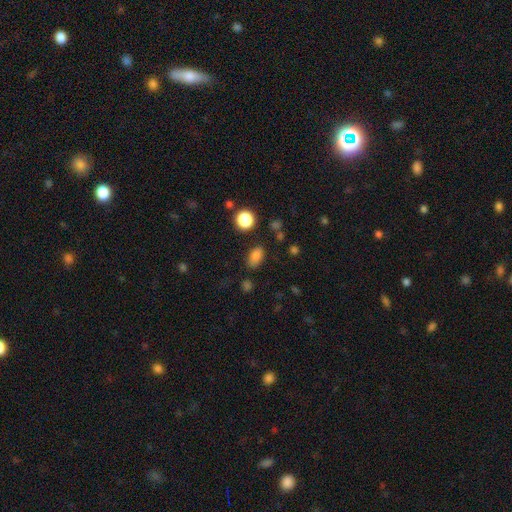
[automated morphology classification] Smooth or featured? smooth (81%)
How rounded? in between (84%)
Merging? none (78%)